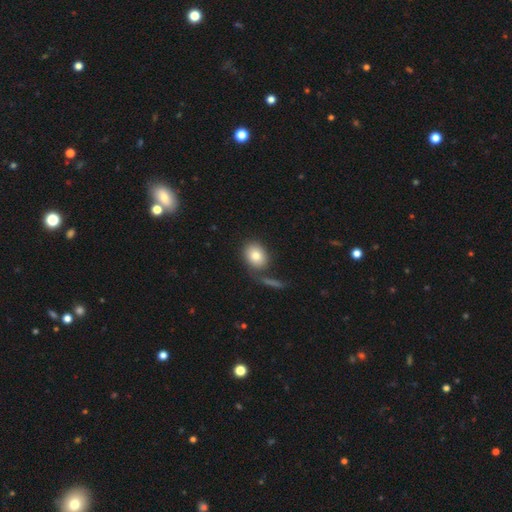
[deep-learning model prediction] Smooth or featured: smooth — 81% (featured or disk — 12%)
How rounded: in between — 59% (round — 39%)
Merging: none — 64% (merger — 15%)